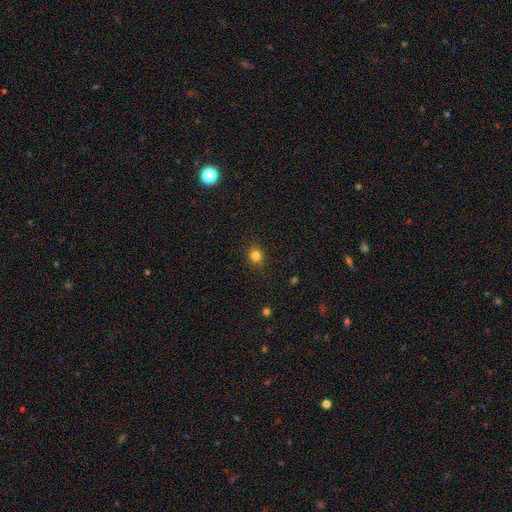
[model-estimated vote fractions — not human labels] Smooth or featured? Predicted: smooth (p=0.82). How rounded? Predicted: round (p=0.70). Merging? Predicted: none (p=0.89).